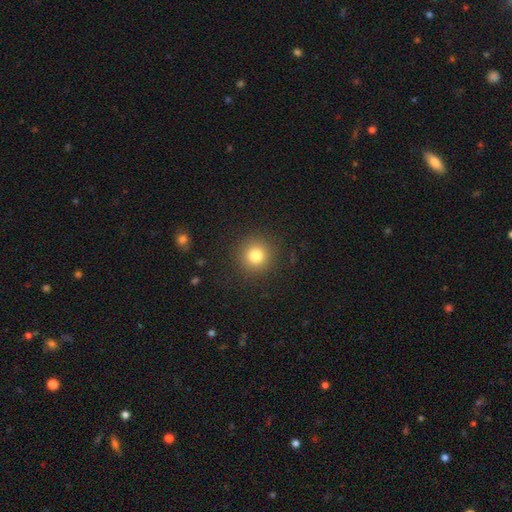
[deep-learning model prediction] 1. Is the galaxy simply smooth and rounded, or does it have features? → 80% smooth, 12% star or artifact, 7% featured or disk.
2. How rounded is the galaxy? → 94% round, 5% in between, 1% cigar-shaped.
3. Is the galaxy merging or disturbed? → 90% none, 6% minor disturbance, 3% major disturbance, 1% merger.